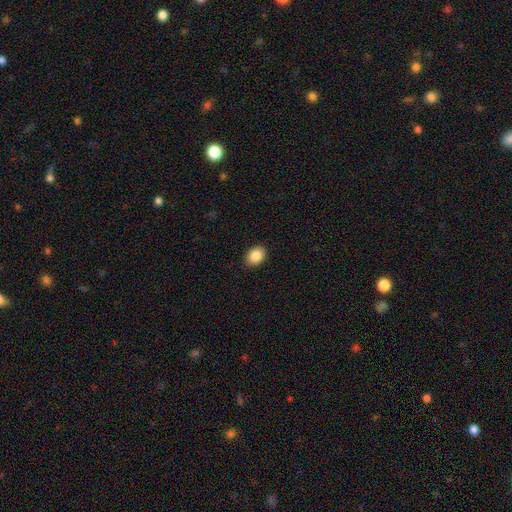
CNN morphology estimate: This is clearly a smooth galaxy (87%). How rounded: likely in between (67%). Merging: clearly none (90%).